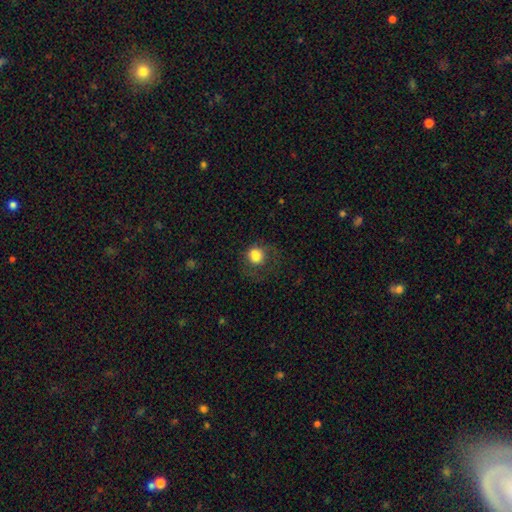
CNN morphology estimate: smooth-or-featured: smooth: 76% | featured or disk: 15% | star or artifact: 10%
  how-rounded: round: 73% | in between: 26% | cigar-shaped: 1%
  merging: none: 46% | major disturbance: 29% | minor disturbance: 23% | merger: 3%